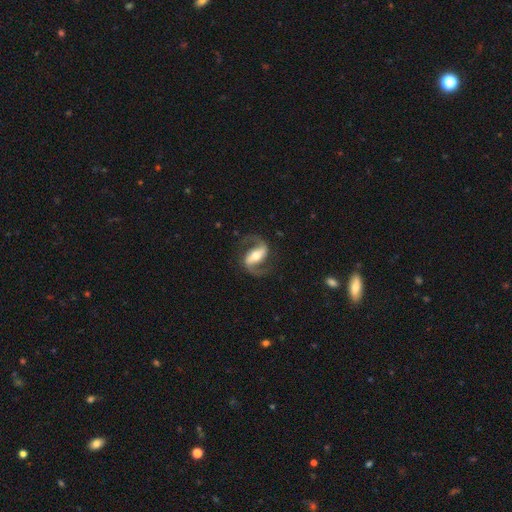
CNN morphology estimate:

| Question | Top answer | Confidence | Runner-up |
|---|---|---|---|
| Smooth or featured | featured or disk | 89% | smooth (7%) |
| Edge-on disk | no | 96% | yes (4%) |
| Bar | strong | 57% | weak (28%) |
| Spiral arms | yes | 97% | no (3%) |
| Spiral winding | medium | 47% | loose (43%) |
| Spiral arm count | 2 | 93% | 1 (2%) |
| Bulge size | moderate | 63% | small (21%) |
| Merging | none | 80% | minor disturbance (11%) |